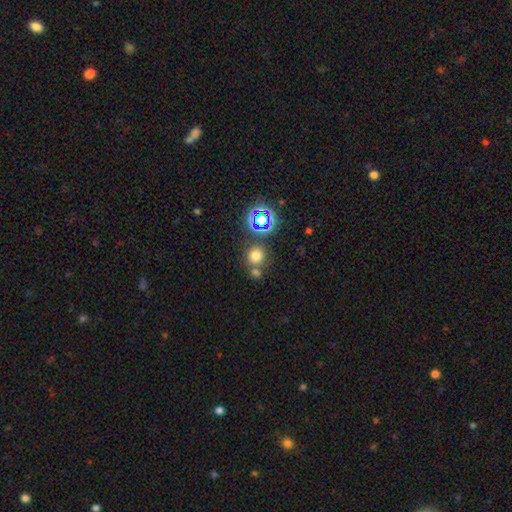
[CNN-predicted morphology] This appears to be a smooth galaxy with no disk features (69%) that is round (88%). Merging: none (67%).